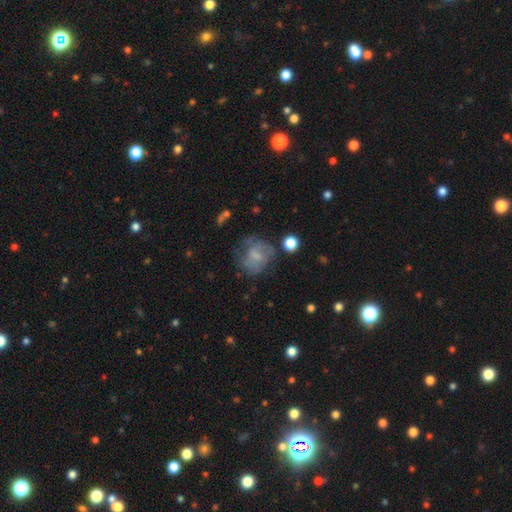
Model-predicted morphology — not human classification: Smooth or featured?
  - smooth: 47% *
  - featured or disk: 42%
  - star or artifact: 11%
Merging?
  - none: 52% *
  - minor disturbance: 24%
  - major disturbance: 20%
  - merger: 4%